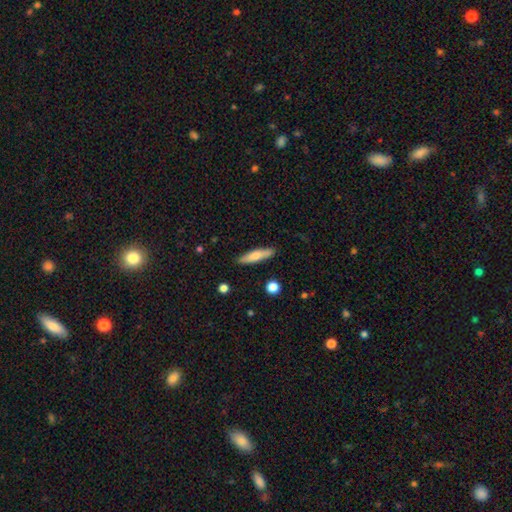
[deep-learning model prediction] A smooth galaxy with no disk features (67%) that is cigar-shaped (77%). Merging: none (87%).